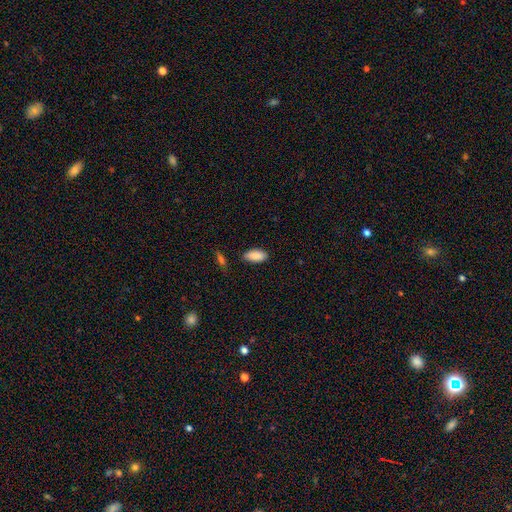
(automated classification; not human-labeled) This is clearly a smooth galaxy (88%). How rounded: clearly in between (91%). Merging: clearly none (84%).